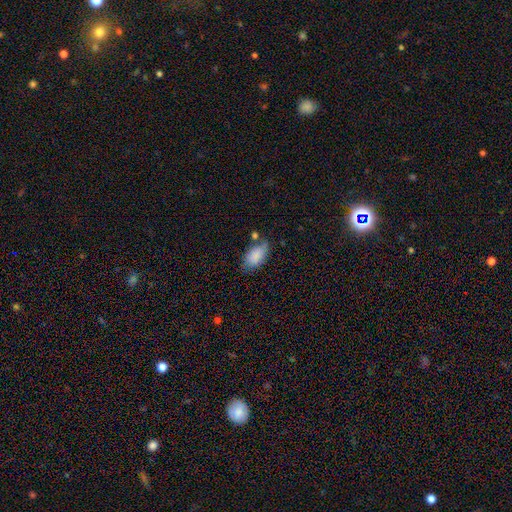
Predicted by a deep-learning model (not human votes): Smooth or featured: smooth — 84% (featured or disk — 9%)
How rounded: in between — 94% (round — 4%)
Merging: none — 51% (minor disturbance — 29%)